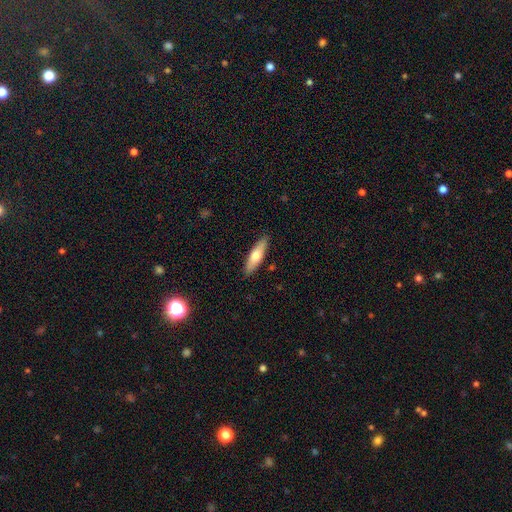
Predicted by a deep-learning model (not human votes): Smooth or featured? Predicted: smooth (p=0.64). How rounded? Predicted: cigar-shaped (p=0.61). Merging? Predicted: none (p=0.89).